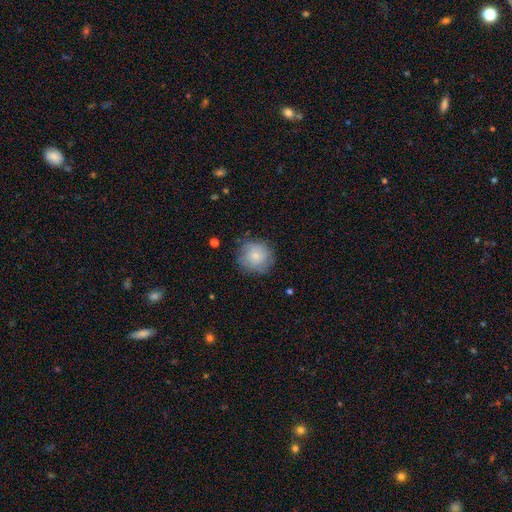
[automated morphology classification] smooth 72%, featured or disk 20%, star or artifact 8%. Down the decision tree: how rounded — round (92%); merging — none (76%).